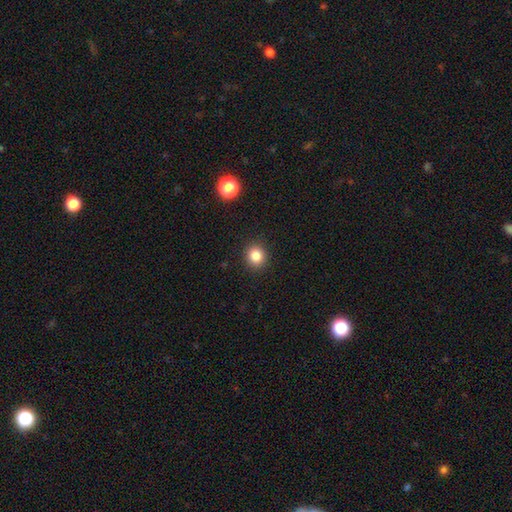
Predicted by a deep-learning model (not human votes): Morphology: type=smooth (84%); roundness=round (85%); merging=none (91%).